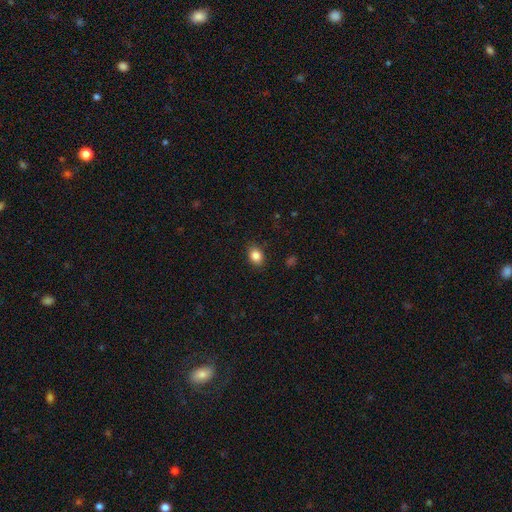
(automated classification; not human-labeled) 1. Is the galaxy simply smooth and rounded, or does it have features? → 85% smooth, 10% star or artifact, 5% featured or disk.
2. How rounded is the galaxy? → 63% in between, 36% round, 1% cigar-shaped.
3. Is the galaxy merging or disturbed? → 86% none, 10% minor disturbance, 3% major disturbance, 1% merger.